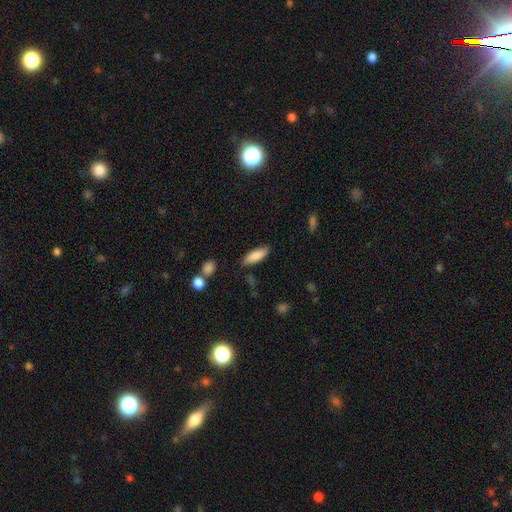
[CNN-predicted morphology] Smooth or featured?
  - smooth: 85% *
  - featured or disk: 9%
  - star or artifact: 6%
How rounded?
  - in between: 60% *
  - cigar-shaped: 38%
  - round: 2%
Merging?
  - none: 81% *
  - minor disturbance: 14%
  - major disturbance: 3%
  - merger: 2%